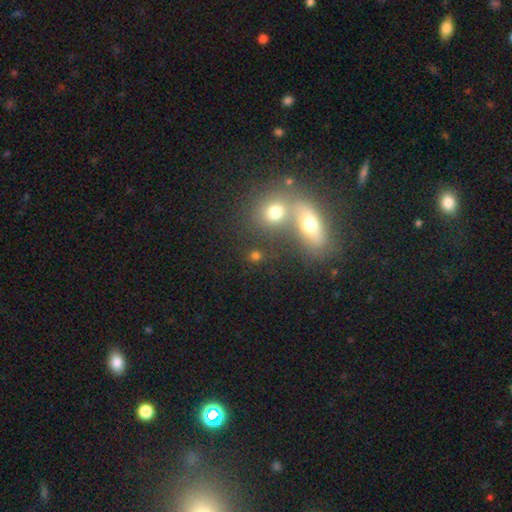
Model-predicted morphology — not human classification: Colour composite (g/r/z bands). It shows a smooth galaxy with no disk features (70%) that is round (65%). Merging: none (54%).